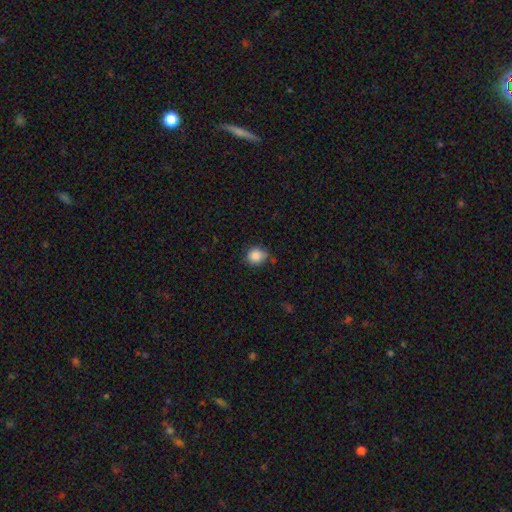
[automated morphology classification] A smooth galaxy with no disk features (87%) that is round (78%).

Vote fractions:
- Smooth or featured? smooth: 87% / star or artifact: 9% / featured or disk: 4%
- How rounded? round: 78% / in between: 21% / cigar-shaped: 1%
- Merging? none: 70% / minor disturbance: 23% / major disturbance: 4% / merger: 3%